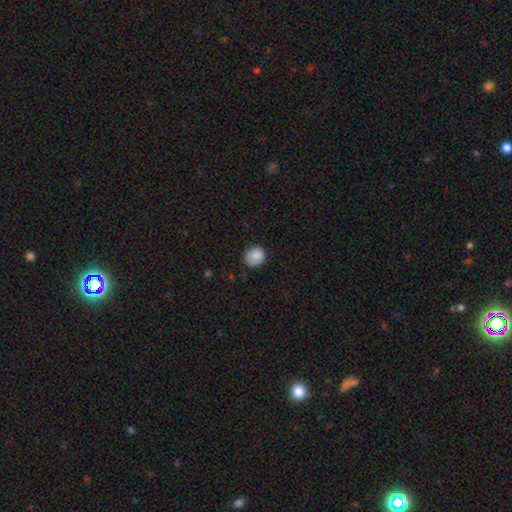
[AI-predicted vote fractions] A smooth galaxy with no disk features (87%) that is round (72%).

Vote fractions:
- Smooth or featured? smooth: 87% / star or artifact: 9% / featured or disk: 4%
- How rounded? round: 72% / in between: 27% / cigar-shaped: 1%
- Merging? none: 76% / minor disturbance: 20% / major disturbance: 3% / merger: 1%